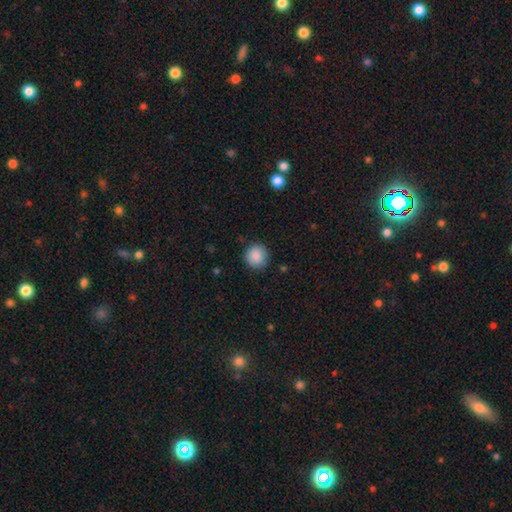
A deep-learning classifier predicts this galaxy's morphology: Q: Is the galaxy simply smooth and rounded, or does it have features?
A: smooth — 89%.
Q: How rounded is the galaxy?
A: round — 93%.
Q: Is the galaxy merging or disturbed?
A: none — 89%.